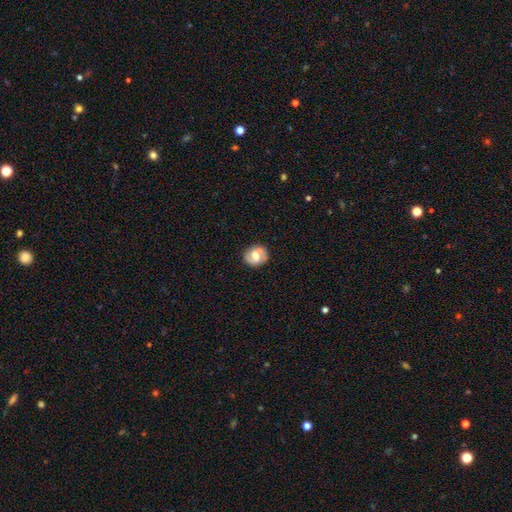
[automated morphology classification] Smooth or featured: featured or disk — 47% (smooth — 45%)
Merging: none — 64% (merger — 17%)